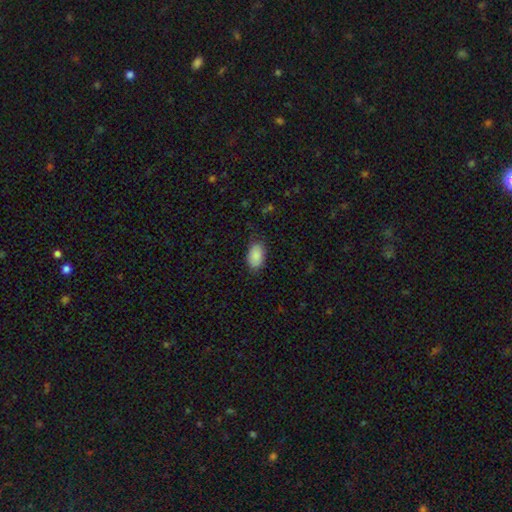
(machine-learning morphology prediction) type=smooth (89%); roundness=in between (93%); merging=none (80%).